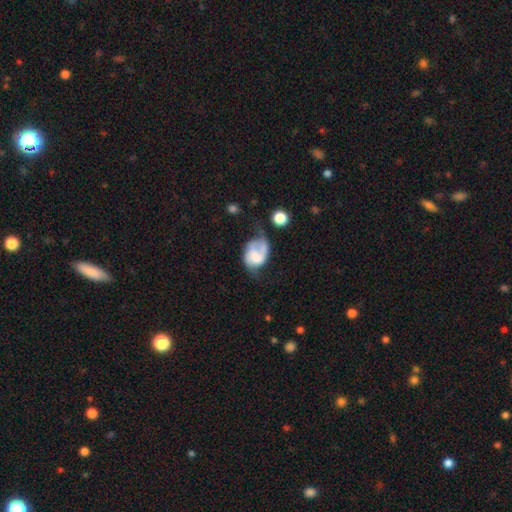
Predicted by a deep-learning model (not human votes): smooth-or-featured: featured or disk: 54% | smooth: 38% | star or artifact: 8%
  disk-edge-on: no: 97% | yes: 3%
    bar: no: 60% | weak: 29% | strong: 10%
    has-spiral-arms: yes: 75% | no: 25%
    bulge-size: none: 44% | small: 17% | moderate: 17% | large: 17% | dominant: 6%
  merging: major disturbance: 38% | minor disturbance: 28% | none: 27% | merger: 7%